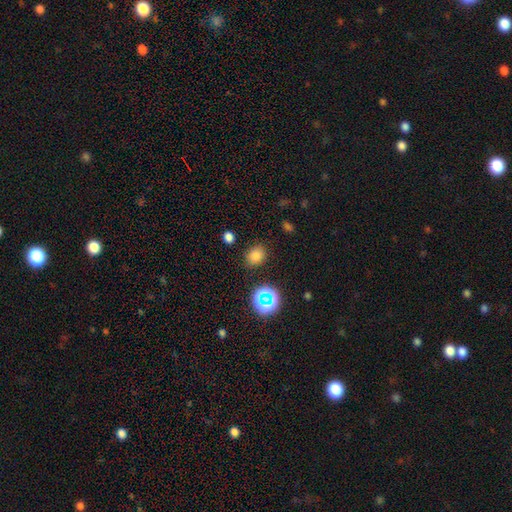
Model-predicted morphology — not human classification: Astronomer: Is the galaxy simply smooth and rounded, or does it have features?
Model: smooth — 77%.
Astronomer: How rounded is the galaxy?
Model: round — 53% (runner-up: in between, 46%).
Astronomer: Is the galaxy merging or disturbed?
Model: none — 84%.